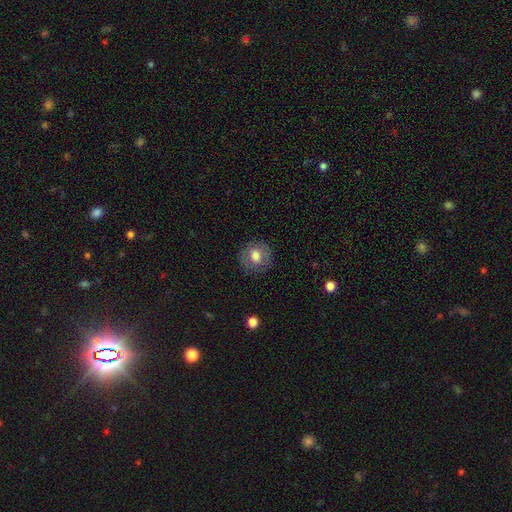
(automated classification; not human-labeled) This is likely a smooth galaxy (73%). How rounded: clearly round (87%). Merging: clearly none (86%).